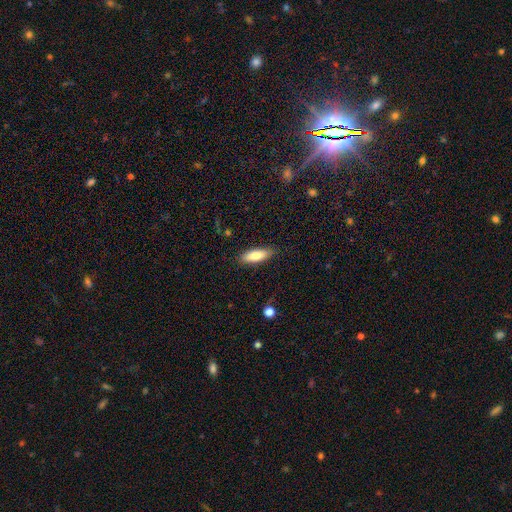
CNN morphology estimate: Smooth or featured? smooth (81%)
How rounded? in between (66%)
Merging? none (83%)